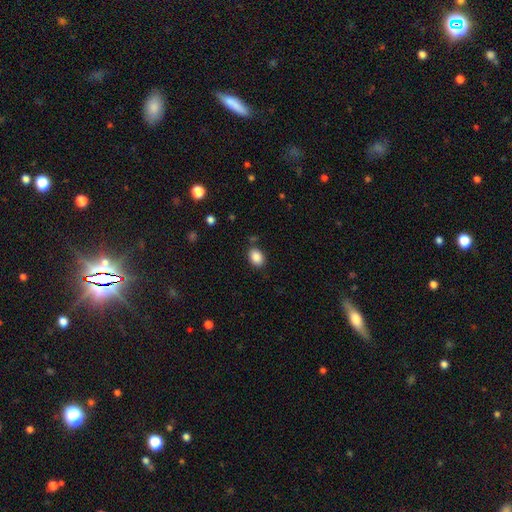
Smooth or featured? smooth (90%)
How rounded? in between (86%)
Merging? none (81%)